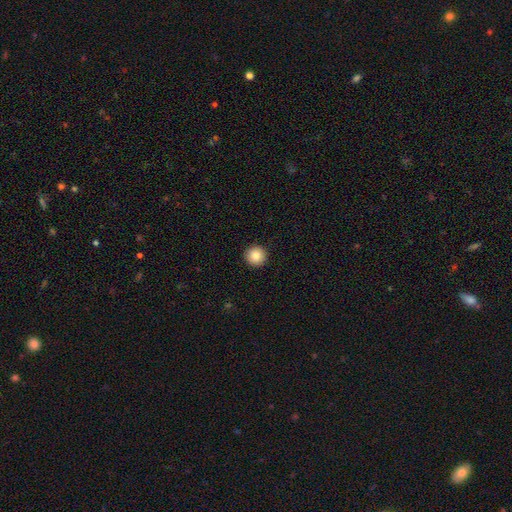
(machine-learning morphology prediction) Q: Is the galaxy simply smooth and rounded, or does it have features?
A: smooth — 85%.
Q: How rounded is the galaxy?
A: round — 96%.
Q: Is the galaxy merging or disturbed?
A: none — 93%.